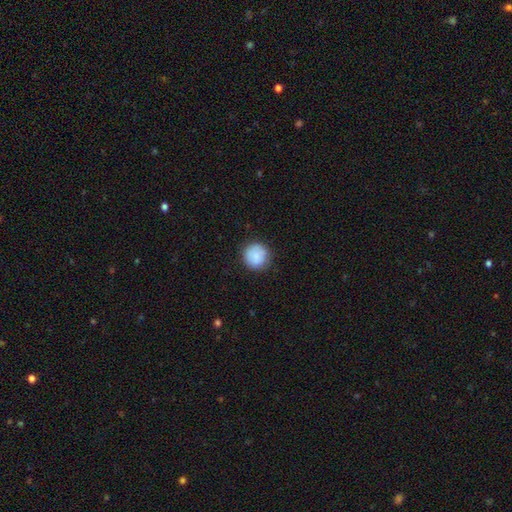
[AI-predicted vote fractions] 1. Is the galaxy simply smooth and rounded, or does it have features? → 86% smooth, 7% star or artifact, 7% featured or disk.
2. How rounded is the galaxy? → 94% round, 5% in between, 1% cigar-shaped.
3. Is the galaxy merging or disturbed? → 87% none, 10% minor disturbance, 3% major disturbance, 1% merger.